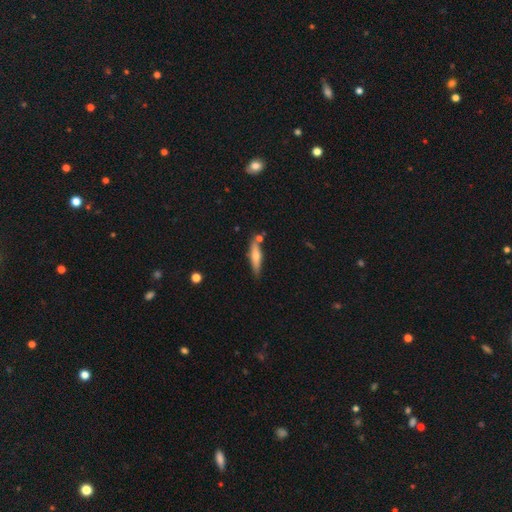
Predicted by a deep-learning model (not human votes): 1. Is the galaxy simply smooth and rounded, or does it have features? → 55% smooth, 38% featured or disk, 6% star or artifact.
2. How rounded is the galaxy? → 79% cigar-shaped, 19% in between, 2% round.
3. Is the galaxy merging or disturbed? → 74% none, 14% minor disturbance, 8% merger, 3% major disturbance.